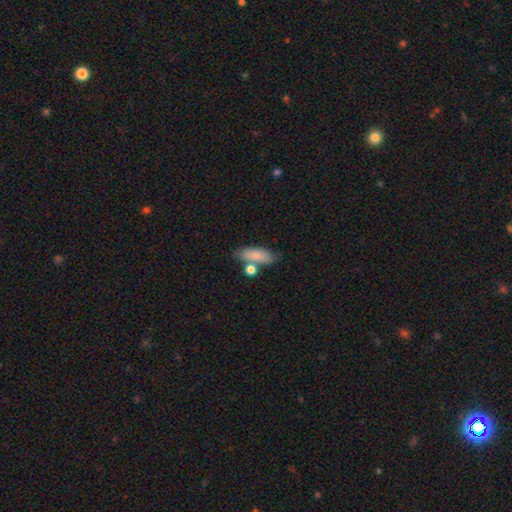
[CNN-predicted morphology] Overall: smooth (81%). How rounded: in between (73%). Merging: none (58%; merger 21%).